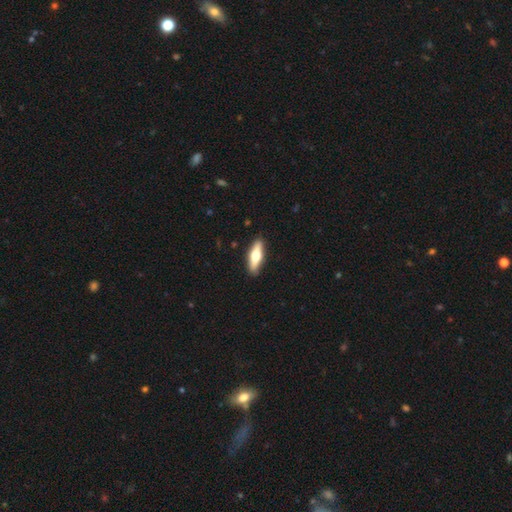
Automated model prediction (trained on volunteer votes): This appears to be a featured or disk galaxy (49%). Merging: none (90%).